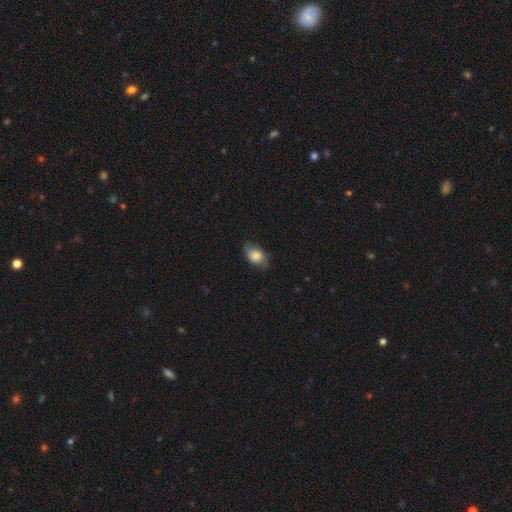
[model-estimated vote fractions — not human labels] Morphology: type=smooth (72%); roundness=in between (80%); merging=none (69%).